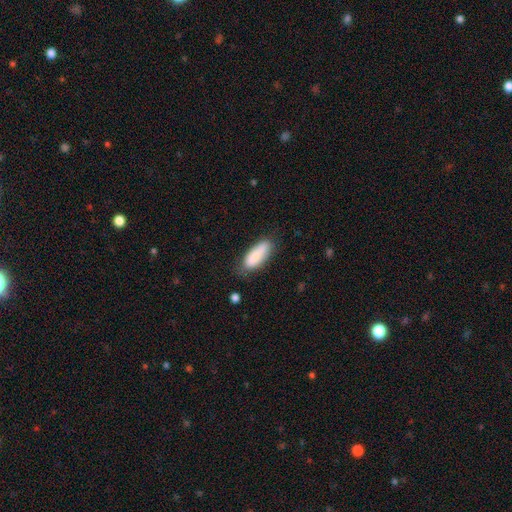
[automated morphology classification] smooth 84%, featured or disk 10%, star or artifact 6%. Down the decision tree: how rounded — in between (71%); merging — none (66%).